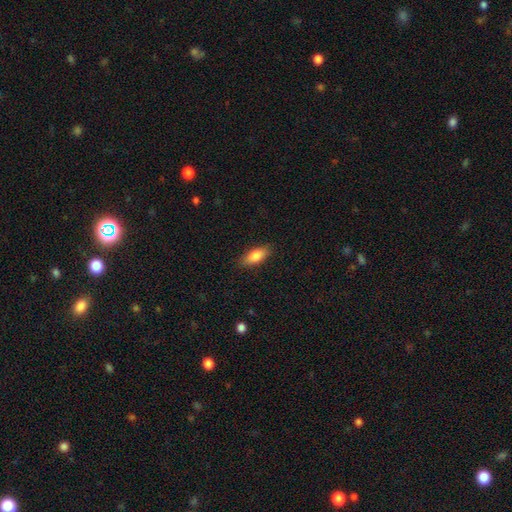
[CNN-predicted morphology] This is clearly a smooth galaxy (82%). How rounded: likely in between (79%). Merging: clearly none (87%).